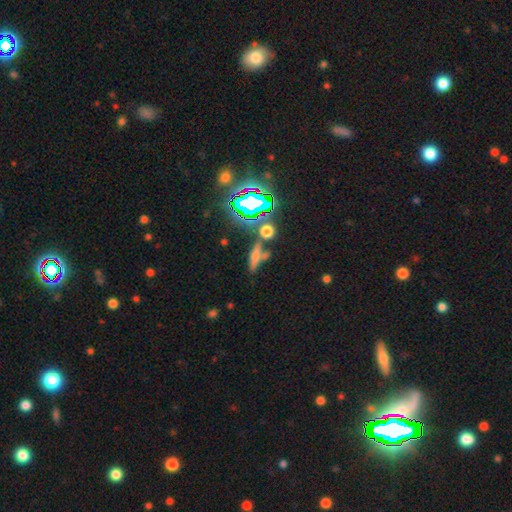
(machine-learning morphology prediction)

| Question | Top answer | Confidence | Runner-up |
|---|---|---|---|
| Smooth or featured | smooth | 48% | star or artifact (28%) |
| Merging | none | 57% | merger (20%) |